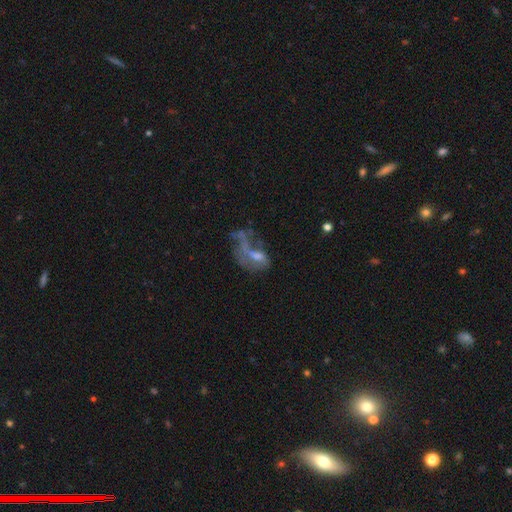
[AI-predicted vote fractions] Smooth or featured? featured or disk (55%)
Edge-on disk? no (95%)
Bar? no (72%)
Spiral arms? no (74%)
Bulge size? none (38%)
Merging? major disturbance (50%)